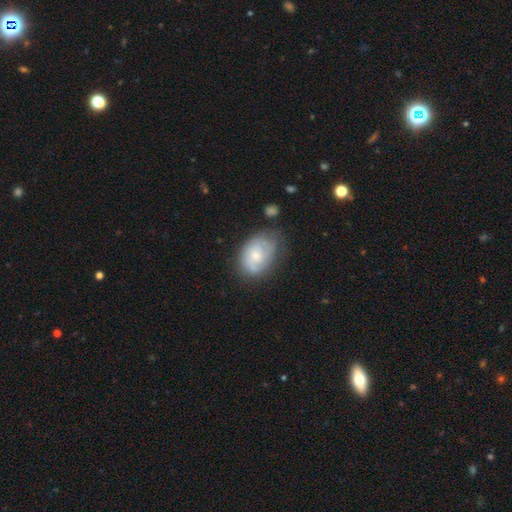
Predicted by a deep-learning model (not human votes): smooth_or_featured: featured or disk (p=0.54) [alt: smooth p=0.39]
disk_edge_on: no (p=0.97) [alt: yes p=0.03]
bar: no (p=0.67) [alt: weak p=0.29]
has_spiral_arms: yes (p=0.78) [alt: no p=0.22]
bulge_size: moderate (p=0.46) [alt: small p=0.45]
merging: none (p=0.54) [alt: minor disturbance p=0.30]